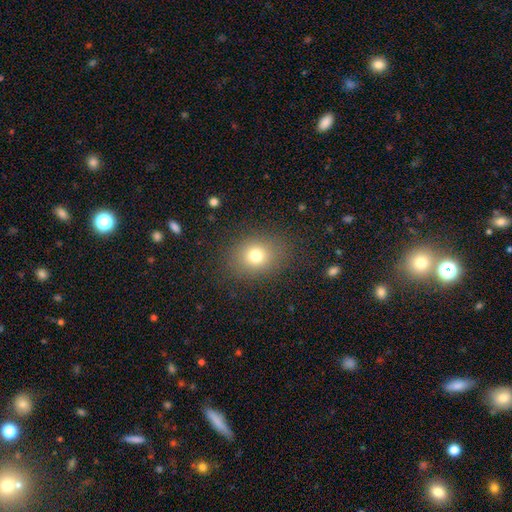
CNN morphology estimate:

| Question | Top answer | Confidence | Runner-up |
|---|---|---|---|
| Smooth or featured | smooth | 76% | star or artifact (14%) |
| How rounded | round | 58% | in between (41%) |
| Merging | none | 84% | minor disturbance (10%) |